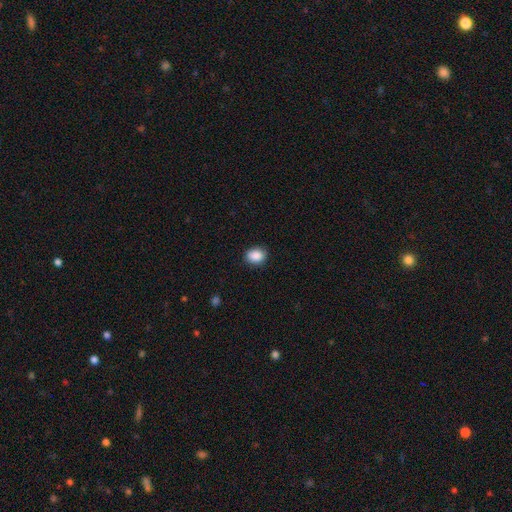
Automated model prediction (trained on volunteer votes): smooth-or-featured: smooth: 89% | star or artifact: 8% | featured or disk: 3%
  how-rounded: in between: 55% | round: 44% | cigar-shaped: 1%
  merging: none: 85% | minor disturbance: 11% | major disturbance: 2% | merger: 1%